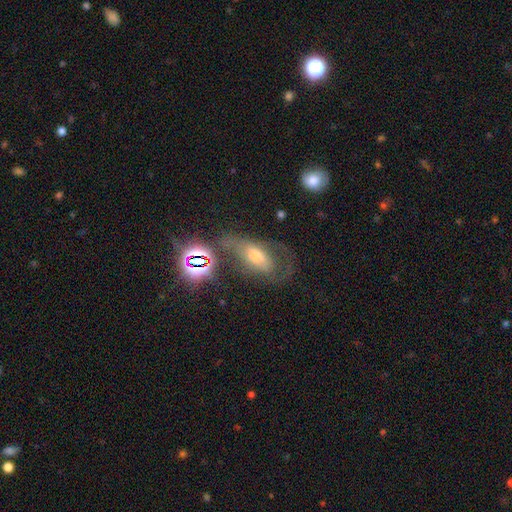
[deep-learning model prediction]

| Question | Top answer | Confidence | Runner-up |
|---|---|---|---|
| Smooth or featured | featured or disk | 44% | smooth (35%) |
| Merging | major disturbance | 36% | none (35%) |